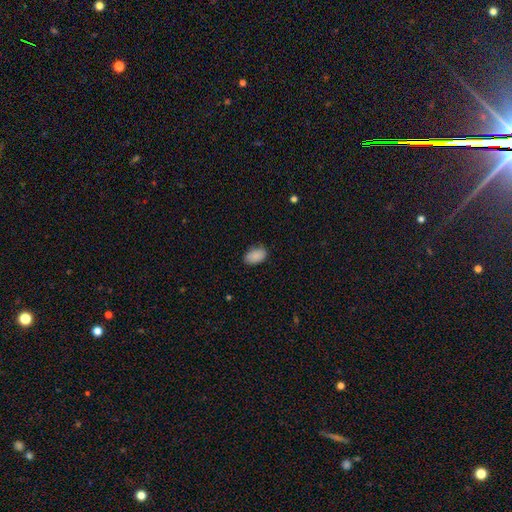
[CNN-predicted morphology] The model was most divided on "merging": none: 83%, minor disturbance: 13%, major disturbance: 3%, merger: 1%. More confident: how rounded — in between (92%); smooth or featured — smooth (90%).